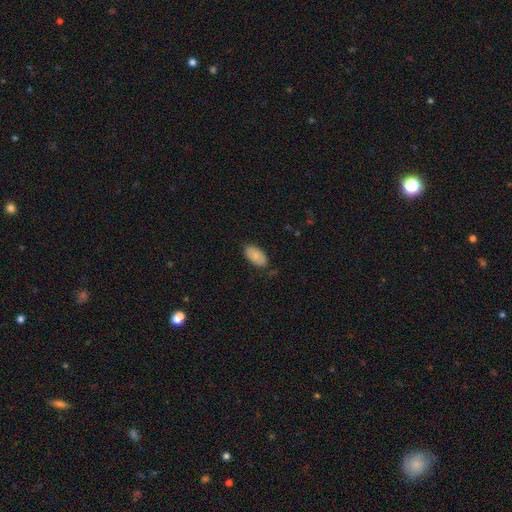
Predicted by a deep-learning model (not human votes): The model was most divided on "merging": none: 81%, minor disturbance: 15%, major disturbance: 3%, merger: 1%. More confident: how rounded — in between (95%); smooth or featured — smooth (81%).